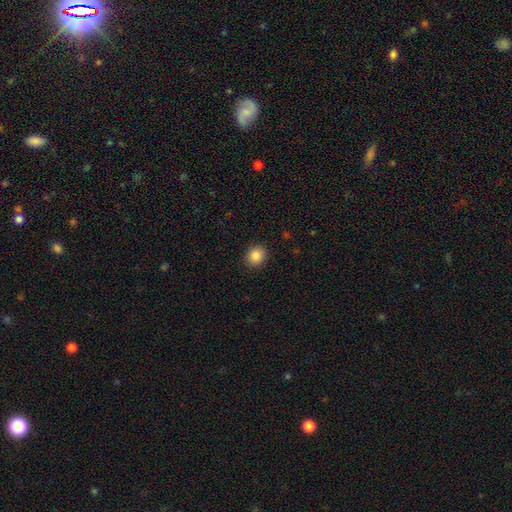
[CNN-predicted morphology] Smooth or featured? smooth (87%)
How rounded? round (74%)
Merging? none (90%)